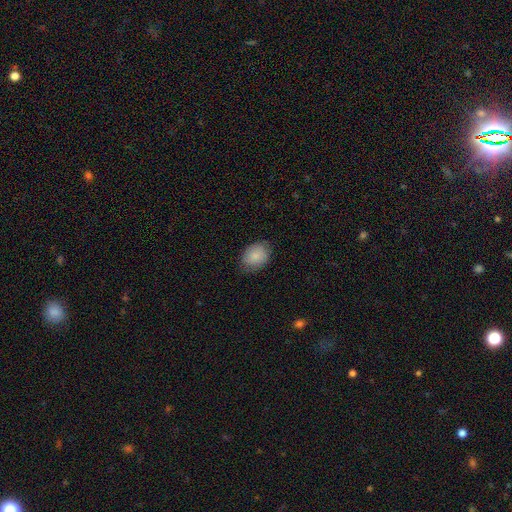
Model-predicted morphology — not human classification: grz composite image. It shows a smooth galaxy with no disk features (85%) that is in between round and cigar-shaped (71%). Merging: none (76%).